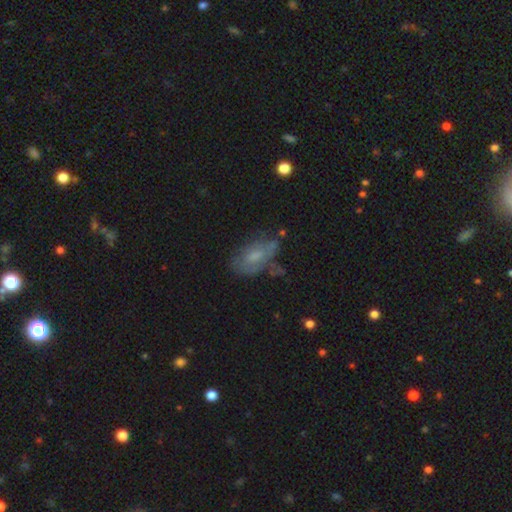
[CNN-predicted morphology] A smooth galaxy with no disk features (47%).

Vote fractions:
- Smooth or featured? smooth: 47% / featured or disk: 42% / star or artifact: 11%
- Merging? none: 48% / minor disturbance: 29% / major disturbance: 17% / merger: 6%